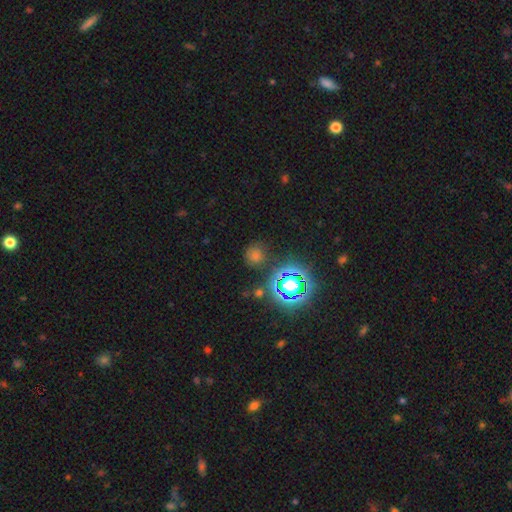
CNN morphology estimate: smooth_or_featured: smooth (p=0.48) [alt: star or artifact p=0.44]
merging: none (p=0.81) [alt: minor disturbance p=0.10]